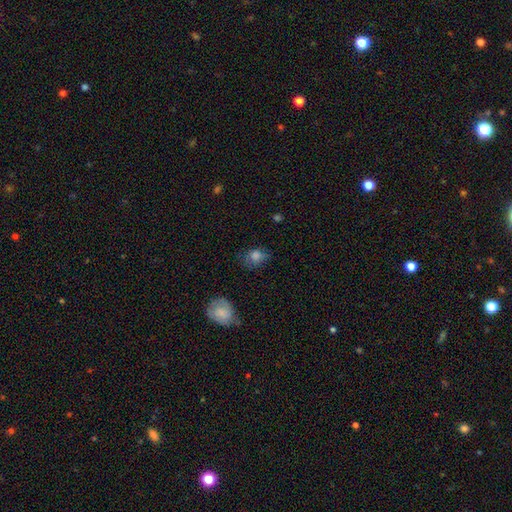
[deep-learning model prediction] smooth 77%, featured or disk 12%, star or artifact 11%. Down the decision tree: how rounded — in between (52%); merging — none (55%).